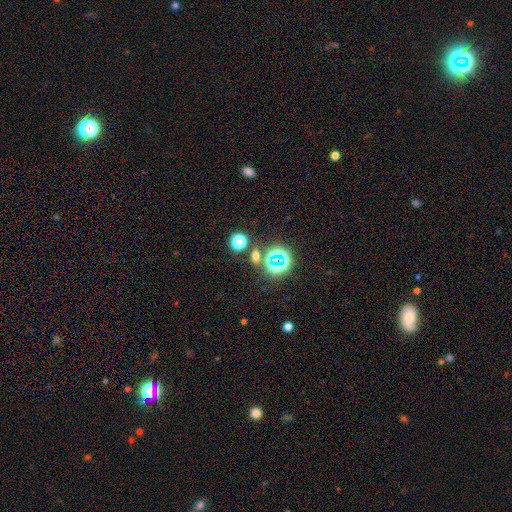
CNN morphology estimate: The model was most divided on "smooth or featured": star or artifact: 53%, smooth: 38%, featured or disk: 9%.